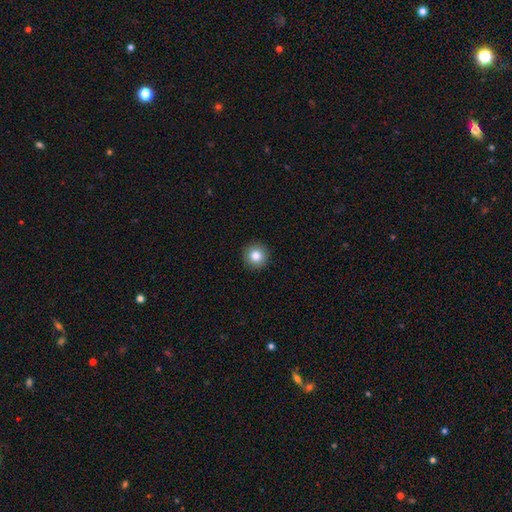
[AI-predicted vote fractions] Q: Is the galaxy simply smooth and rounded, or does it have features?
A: smooth — 84%.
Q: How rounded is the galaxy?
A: round — 95%.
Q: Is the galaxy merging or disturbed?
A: none — 92%.